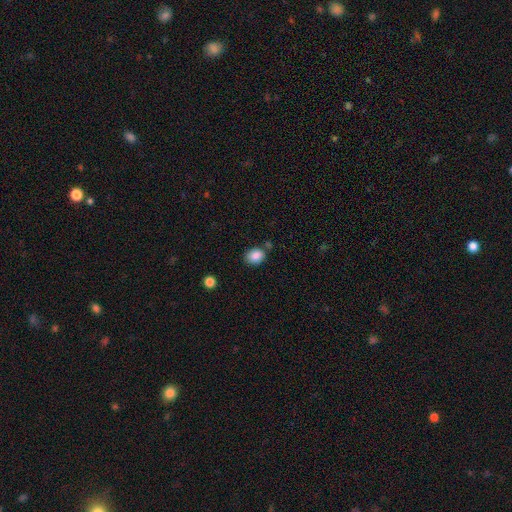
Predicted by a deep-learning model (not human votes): This appears to be a smooth galaxy with no disk features (87%) that is in between round and cigar-shaped (54%). Merging: none (73%).